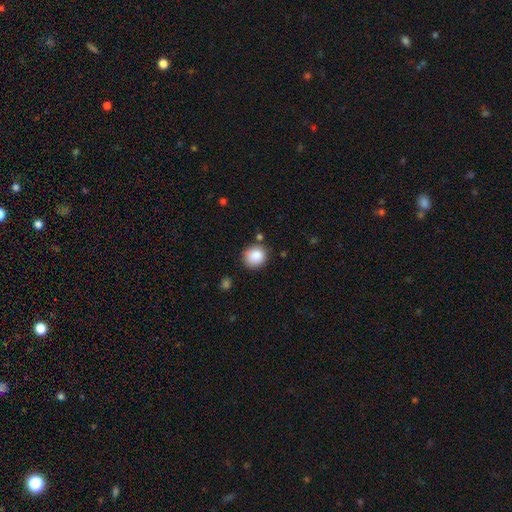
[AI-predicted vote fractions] A smooth galaxy with no disk features (87%) that is round (82%). Merging: none (78%).